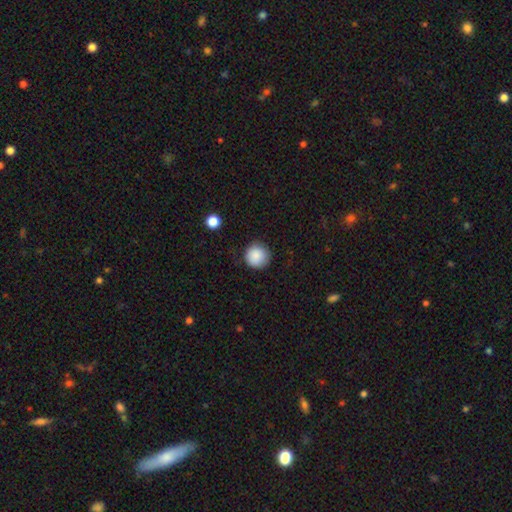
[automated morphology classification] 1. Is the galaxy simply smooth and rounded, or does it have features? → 87% smooth, 9% star or artifact, 4% featured or disk.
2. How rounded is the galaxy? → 95% round, 4% in between, 1% cigar-shaped.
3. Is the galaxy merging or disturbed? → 87% none, 10% minor disturbance, 2% major disturbance, 1% merger.